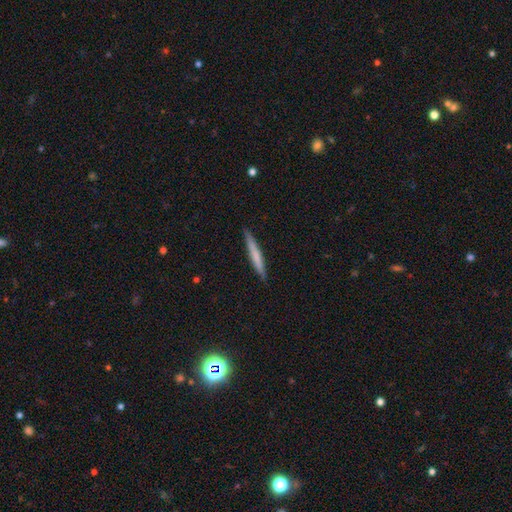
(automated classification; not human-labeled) smooth_or_featured: smooth (p=0.65) [alt: featured or disk p=0.30]
how_rounded: cigar-shaped (p=0.96) [alt: in between p=0.03]
merging: none (p=0.90) [alt: minor disturbance p=0.07]